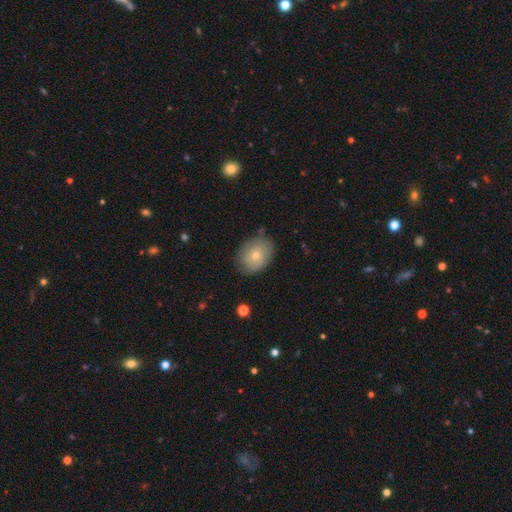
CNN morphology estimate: Smooth or featured?
  - smooth: 65% *
  - featured or disk: 28%
  - star or artifact: 7%
How rounded?
  - in between: 65% *
  - round: 34%
  - cigar-shaped: 1%
Merging?
  - none: 77% *
  - minor disturbance: 17%
  - major disturbance: 4%
  - merger: 2%